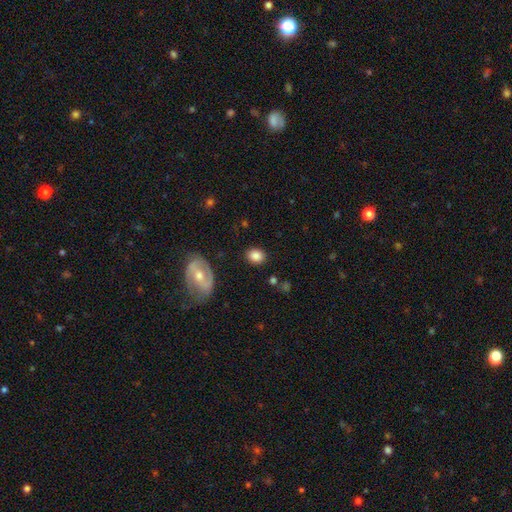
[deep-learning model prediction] A smooth galaxy with no disk features (81%) that is in between round and cigar-shaped (55%). Merging: none (84%).